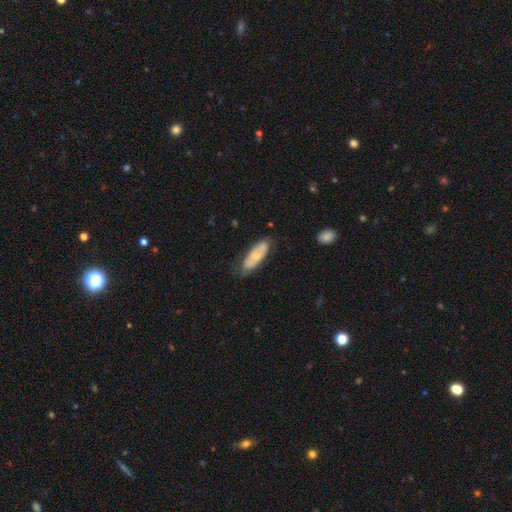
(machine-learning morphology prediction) Smooth or featured: smooth — 55% (featured or disk — 39%)
How rounded: in between — 66% (cigar-shaped — 32%)
Merging: none — 68% (minor disturbance — 24%)